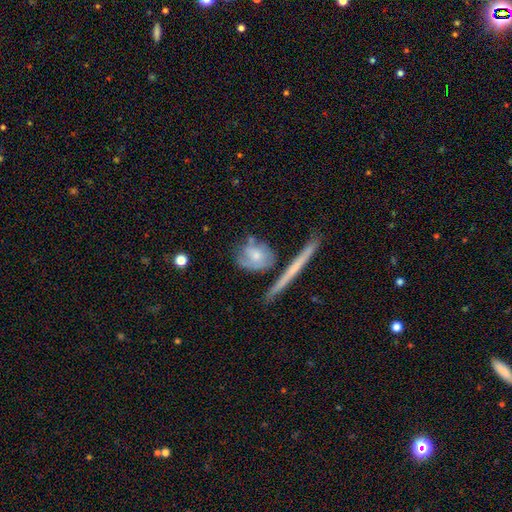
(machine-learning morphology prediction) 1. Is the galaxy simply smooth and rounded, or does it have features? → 52% smooth, 42% featured or disk, 6% star or artifact.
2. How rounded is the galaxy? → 51% round, 36% in between, 13% cigar-shaped.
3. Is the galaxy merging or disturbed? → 56% none, 23% minor disturbance, 11% merger, 10% major disturbance.